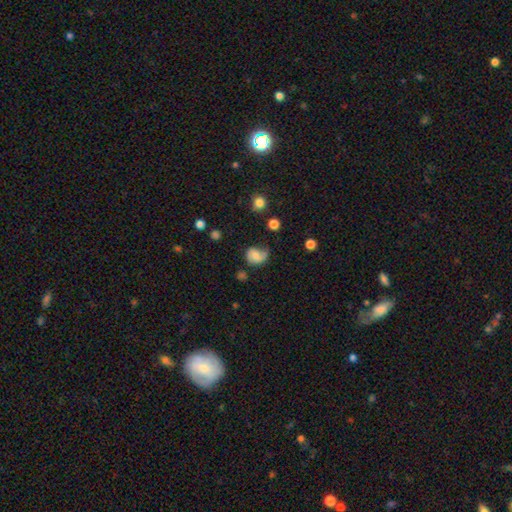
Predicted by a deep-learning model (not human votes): Smooth or featured? featured or disk (48%)
Merging? none (48%)